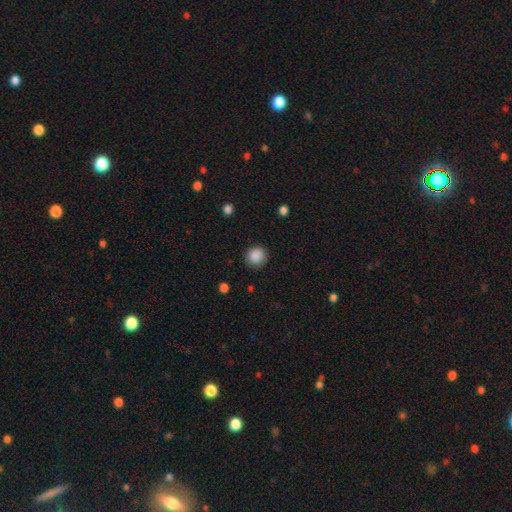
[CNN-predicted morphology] type=smooth (88%); roundness=round (87%); merging=none (86%).